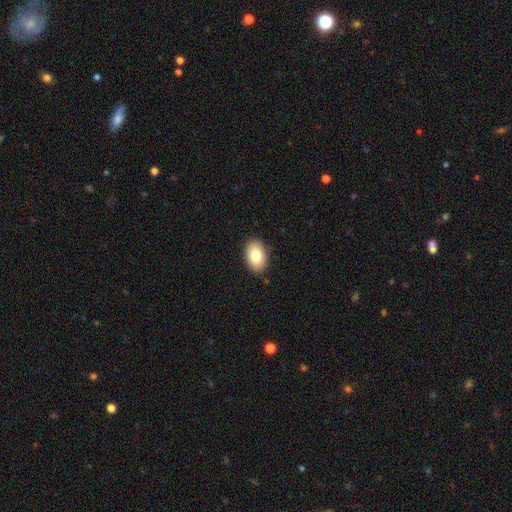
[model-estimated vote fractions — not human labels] The model was most divided on "smooth or featured": smooth: 81%, featured or disk: 12%, star or artifact: 7%. More confident: how rounded — in between (88%); merging — none (87%).